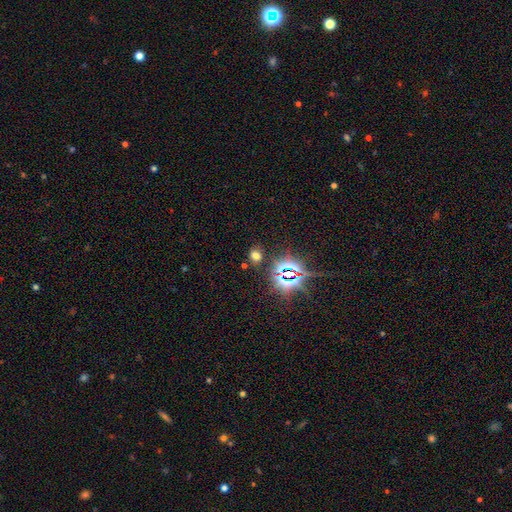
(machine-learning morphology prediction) Q: Smooth or featured?
A: smooth (55%); runner-up: star or artifact (37%)
Q: How rounded?
A: round (53%); runner-up: in between (45%)
Q: Merging?
A: none (82%); runner-up: minor disturbance (10%)